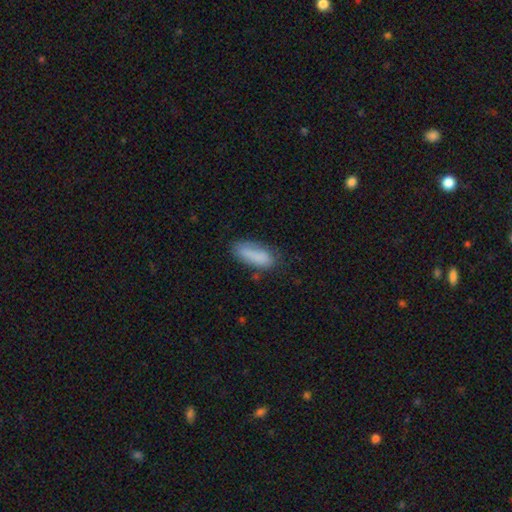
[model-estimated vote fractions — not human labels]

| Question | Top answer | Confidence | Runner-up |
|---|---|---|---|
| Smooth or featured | smooth | 82% | featured or disk (10%) |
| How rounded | in between | 68% | cigar-shaped (29%) |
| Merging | none | 64% | minor disturbance (25%) |